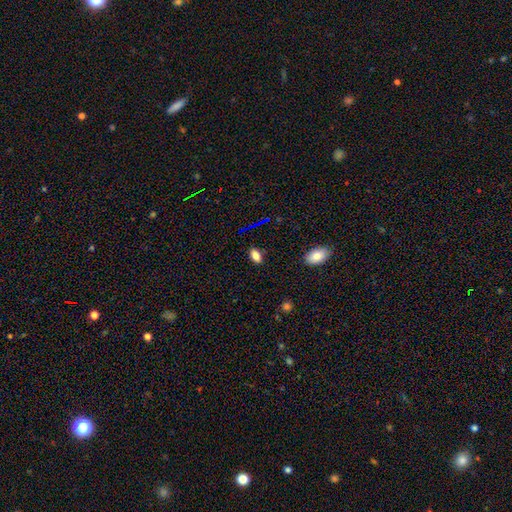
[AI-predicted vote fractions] This appears to be a smooth galaxy with no disk features (80%) that is in between round and cigar-shaped (89%). Merging: none (86%).